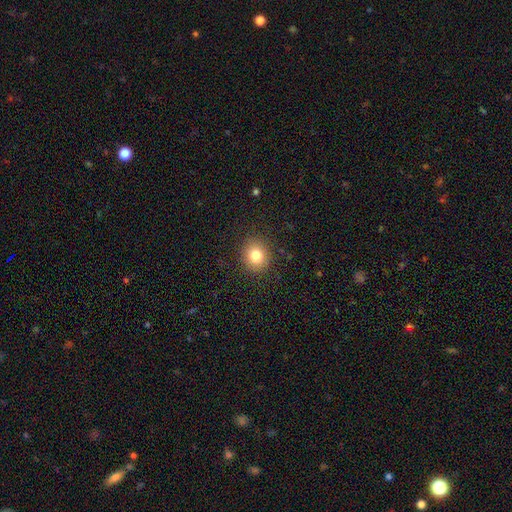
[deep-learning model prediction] This is clearly a smooth galaxy (81%). How rounded: likely round (77%). Merging: clearly none (88%).